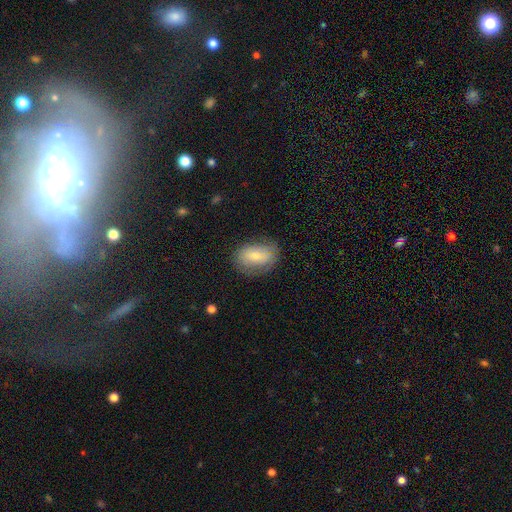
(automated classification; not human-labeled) A smooth galaxy with no disk features (64%) that is in between round and cigar-shaped (80%). Merging: none (73%).